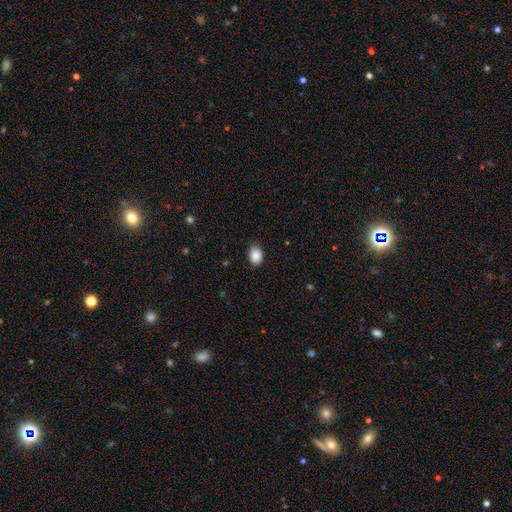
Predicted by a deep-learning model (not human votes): This is clearly a smooth galaxy (89%). How rounded: likely in between (77%). Merging: clearly none (81%).